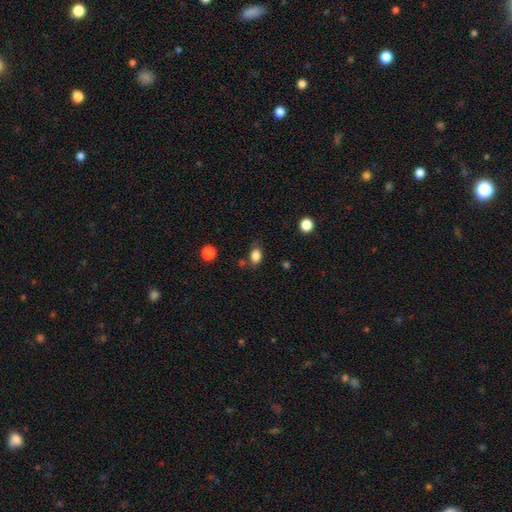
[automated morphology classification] Smooth or featured?
  - smooth: 85% *
  - star or artifact: 10%
  - featured or disk: 5%
How rounded?
  - in between: 74% *
  - round: 25%
  - cigar-shaped: 1%
Merging?
  - none: 70% *
  - minor disturbance: 19%
  - merger: 6%
  - major disturbance: 5%